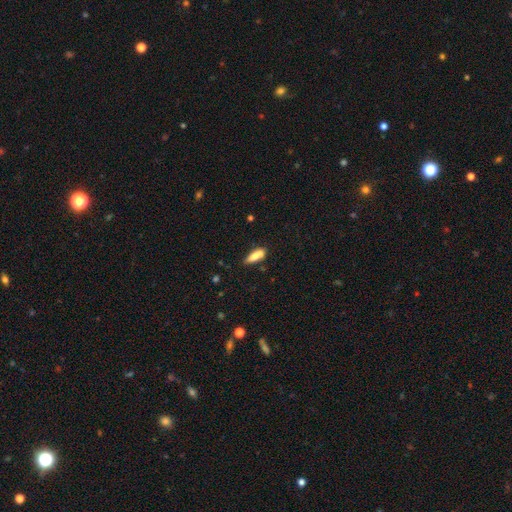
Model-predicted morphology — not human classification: Overall: smooth (76%). How rounded: in between (57%; cigar-shaped 41%). Merging: none (59%; minor disturbance 22%).